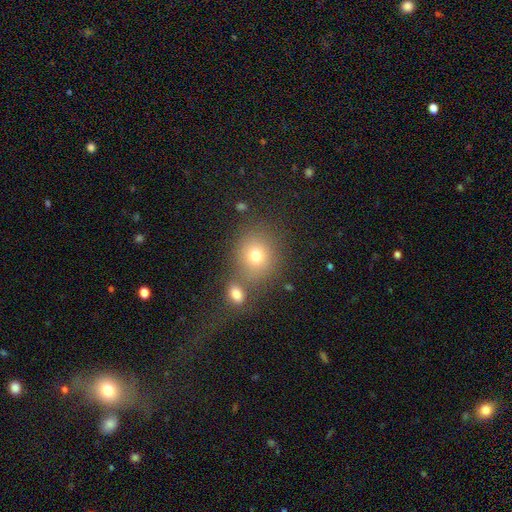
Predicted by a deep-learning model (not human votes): Morphology: type=smooth (74%); roundness=round (73%); merging=none (62%).